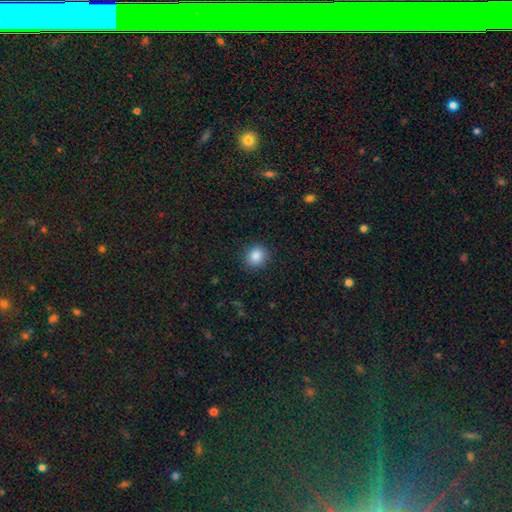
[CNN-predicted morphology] Smooth or featured? Predicted: smooth (p=0.87). How rounded? Predicted: round (p=0.85). Merging? Predicted: none (p=0.89).